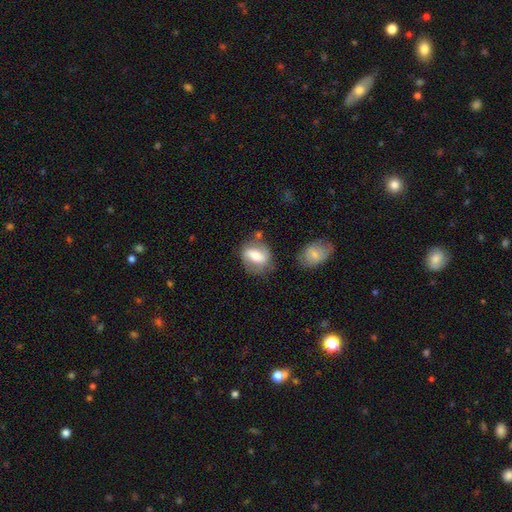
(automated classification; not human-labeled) A smooth galaxy with no disk features (55%) that is in between round and cigar-shaped (62%).

Vote fractions:
- Smooth or featured? smooth: 55% / featured or disk: 38% / star or artifact: 7%
- How rounded? in between: 62% / round: 33% / cigar-shaped: 4%
- Merging? none: 64% / minor disturbance: 19% / merger: 9% / major disturbance: 8%